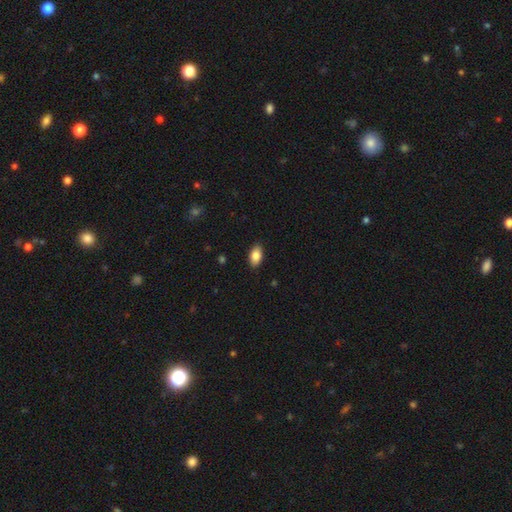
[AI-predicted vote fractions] Overall: smooth (85%). How rounded: in between (93%). Merging: none (89%).